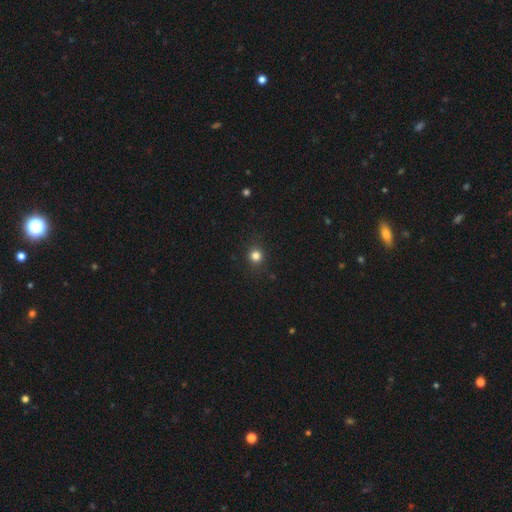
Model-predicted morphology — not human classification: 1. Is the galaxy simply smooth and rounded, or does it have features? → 82% smooth, 14% star or artifact, 5% featured or disk.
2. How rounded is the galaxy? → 91% round, 8% in between, 1% cigar-shaped.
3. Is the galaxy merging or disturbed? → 91% none, 6% minor disturbance, 2% major disturbance, 1% merger.